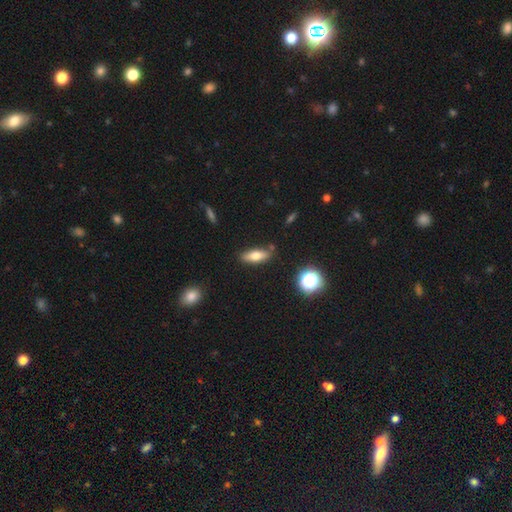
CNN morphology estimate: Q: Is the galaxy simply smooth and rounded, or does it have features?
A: smooth — 63%.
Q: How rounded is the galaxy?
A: in between — 57%.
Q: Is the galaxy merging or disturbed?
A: none — 82%.